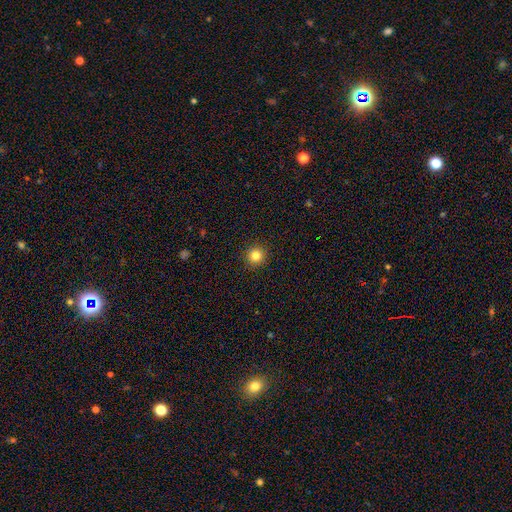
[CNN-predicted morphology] Q: Smooth or featured?
A: smooth (83%); runner-up: star or artifact (12%)
Q: How rounded?
A: round (95%); runner-up: in between (4%)
Q: Merging?
A: none (93%); runner-up: minor disturbance (4%)